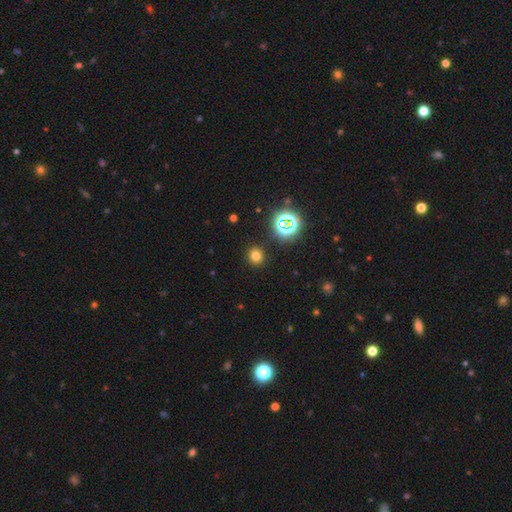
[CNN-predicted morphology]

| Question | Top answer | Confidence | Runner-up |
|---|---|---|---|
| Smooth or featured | smooth | 71% | star or artifact (22%) |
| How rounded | round | 86% | in between (13%) |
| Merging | none | 90% | minor disturbance (6%) |